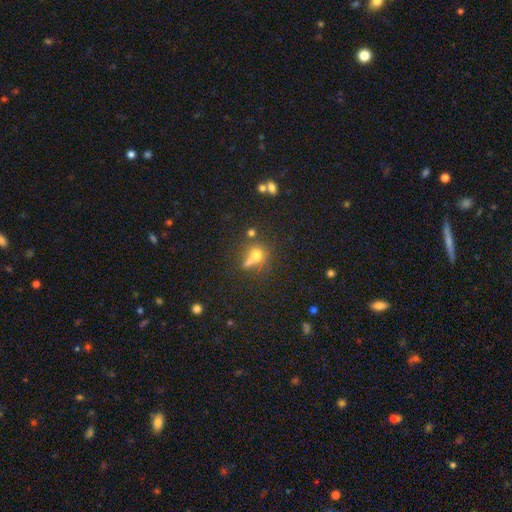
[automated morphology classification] A smooth galaxy with no disk features (64%) that is round (79%).

Vote fractions:
- Smooth or featured? smooth: 64% / star or artifact: 20% / featured or disk: 16%
- How rounded? round: 79% / in between: 18% / cigar-shaped: 3%
- Merging? none: 47% / merger: 32% / minor disturbance: 12% / major disturbance: 8%